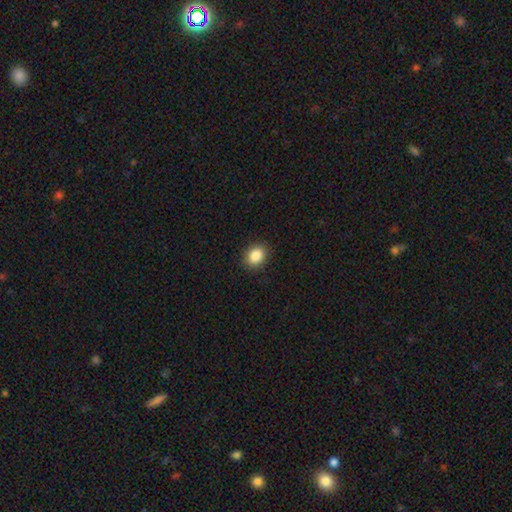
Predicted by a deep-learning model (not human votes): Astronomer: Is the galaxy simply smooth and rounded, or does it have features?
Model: smooth — 87%.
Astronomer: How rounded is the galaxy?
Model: round — 55% (runner-up: in between, 44%).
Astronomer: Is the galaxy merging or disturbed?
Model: none — 90%.